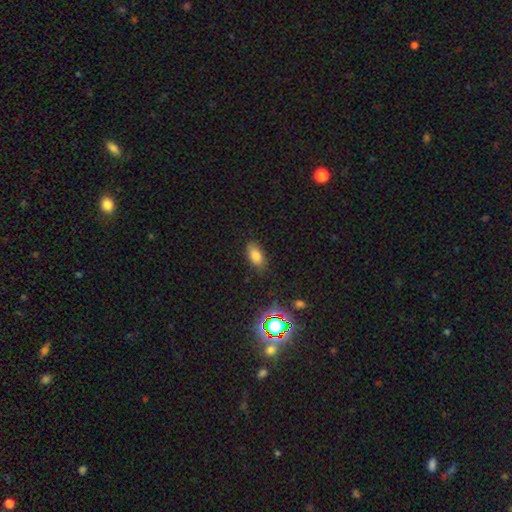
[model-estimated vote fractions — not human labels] Smooth or featured? smooth (79%)
How rounded? in between (88%)
Merging? none (81%)